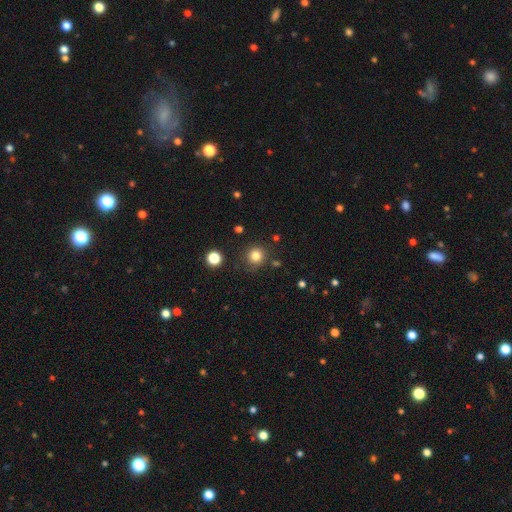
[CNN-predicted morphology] smooth-or-featured: smooth: 82% | star or artifact: 13% | featured or disk: 5%
  how-rounded: round: 91% | in between: 8% | cigar-shaped: 1%
  merging: none: 82% | minor disturbance: 10% | merger: 4% | major disturbance: 4%